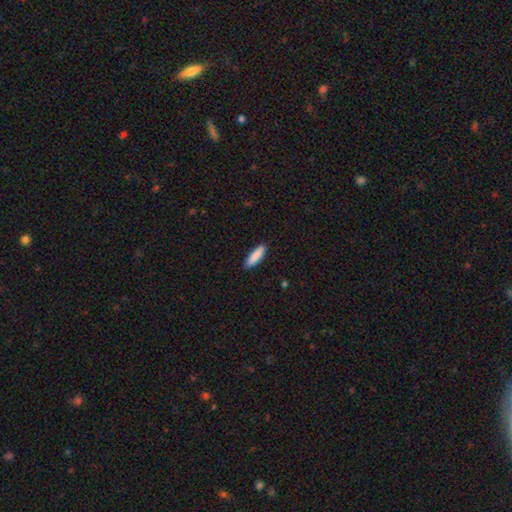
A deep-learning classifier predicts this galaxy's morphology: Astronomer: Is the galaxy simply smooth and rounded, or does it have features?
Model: smooth — 89%.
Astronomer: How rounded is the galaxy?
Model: cigar-shaped — 63%.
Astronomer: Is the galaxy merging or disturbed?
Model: none — 90%.